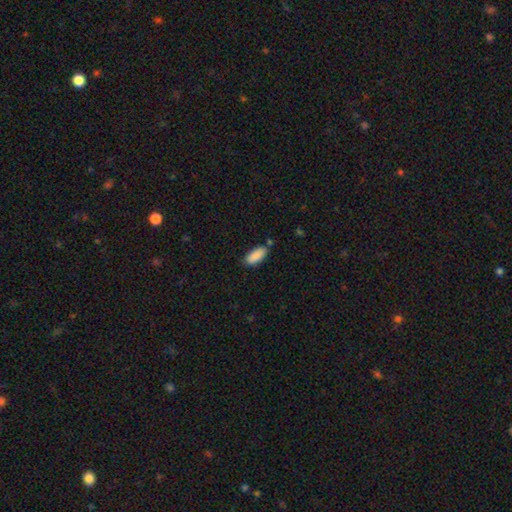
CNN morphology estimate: smooth 89%, star or artifact 7%, featured or disk 4%. Down the decision tree: how rounded — in between (83%); merging — none (77%).